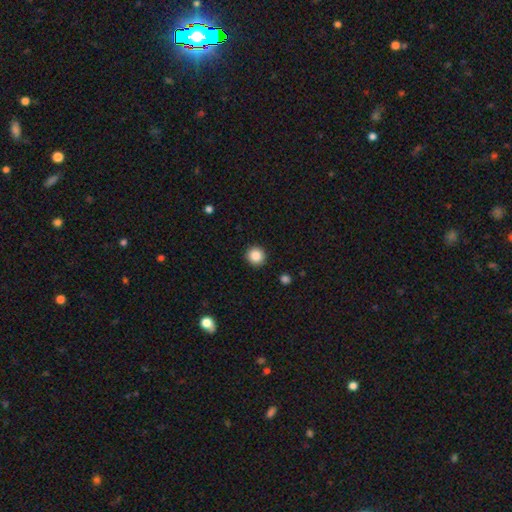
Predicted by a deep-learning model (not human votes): smooth-or-featured: smooth: 87% | star or artifact: 9% | featured or disk: 4%
  how-rounded: round: 94% | in between: 5% | cigar-shaped: 1%
  merging: none: 92% | minor disturbance: 5% | major disturbance: 2% | merger: 1%